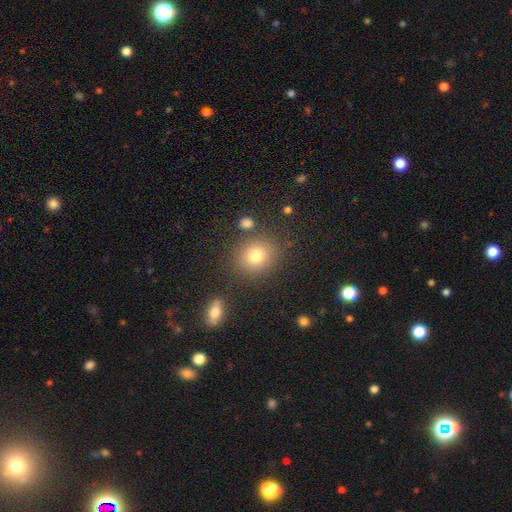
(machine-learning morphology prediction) smooth-or-featured: smooth: 78% | star or artifact: 13% | featured or disk: 9%
  how-rounded: round: 83% | in between: 16% | cigar-shaped: 1%
  merging: none: 82% | minor disturbance: 9% | merger: 5% | major disturbance: 4%